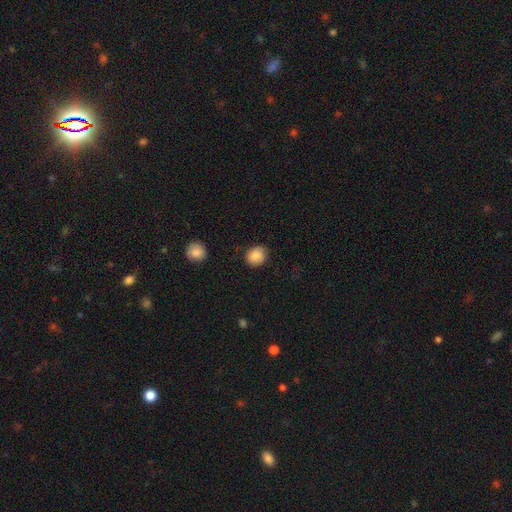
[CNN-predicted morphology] smooth_or_featured: smooth (p=0.86) [alt: star or artifact p=0.08]
how_rounded: round (p=0.70) [alt: in between p=0.29]
merging: none (p=0.79) [alt: minor disturbance p=0.16]